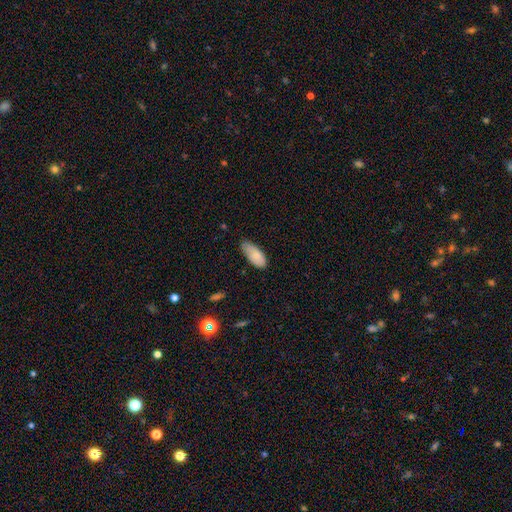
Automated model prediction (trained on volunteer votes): Morphology: type=smooth (82%); roundness=in between (88%); merging=none (58%).